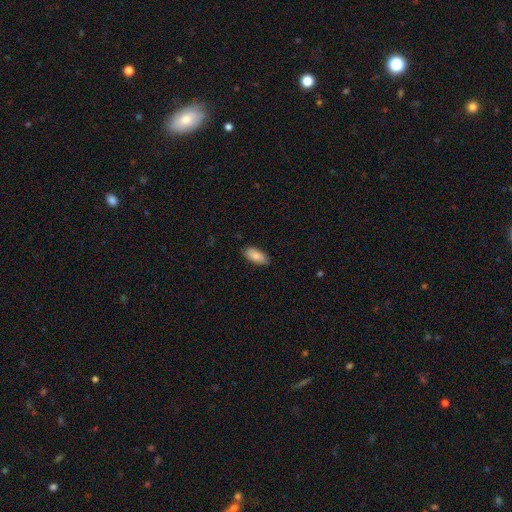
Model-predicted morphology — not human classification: Smooth or featured? smooth (83%)
How rounded? in between (90%)
Merging? none (84%)